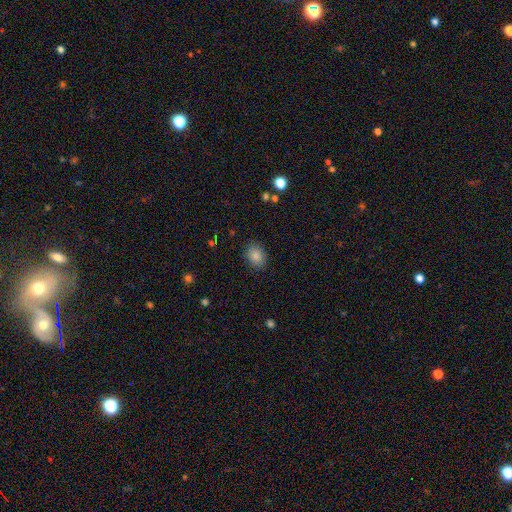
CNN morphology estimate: Q: Smooth or featured?
A: smooth (86%); runner-up: star or artifact (9%)
Q: How rounded?
A: in between (55%); runner-up: round (45%)
Q: Merging?
A: none (87%); runner-up: minor disturbance (9%)